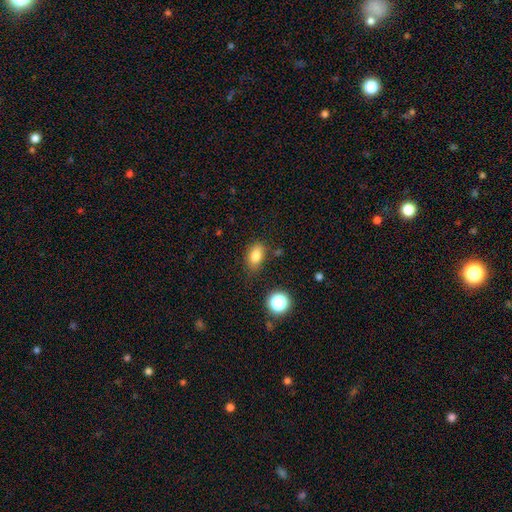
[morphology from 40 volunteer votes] Smooth or featured: smooth — 85% (star or artifact — 10%)
How rounded: in between — 85% (round — 12%)
Merging: none — 81% (minor disturbance — 17%)